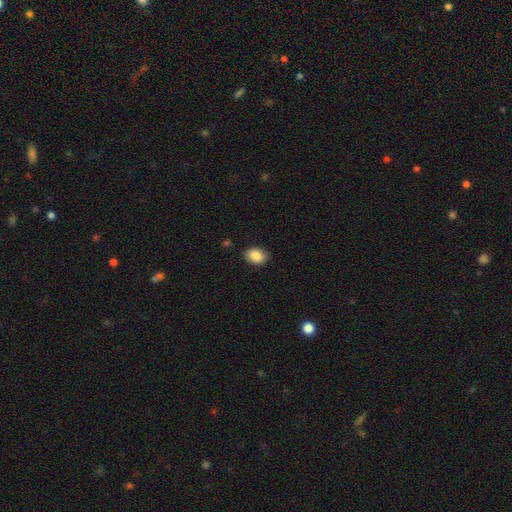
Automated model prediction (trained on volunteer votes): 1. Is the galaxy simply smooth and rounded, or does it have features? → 87% smooth, 7% star or artifact, 5% featured or disk.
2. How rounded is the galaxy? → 78% in between, 21% round, 1% cigar-shaped.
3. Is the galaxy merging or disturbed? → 87% none, 9% minor disturbance, 2% major disturbance, 1% merger.